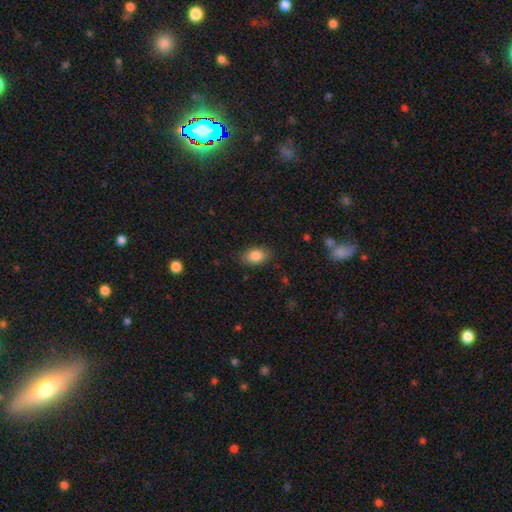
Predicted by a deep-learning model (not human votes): Morphology: type=smooth (85%); roundness=in between (86%); merging=none (84%).